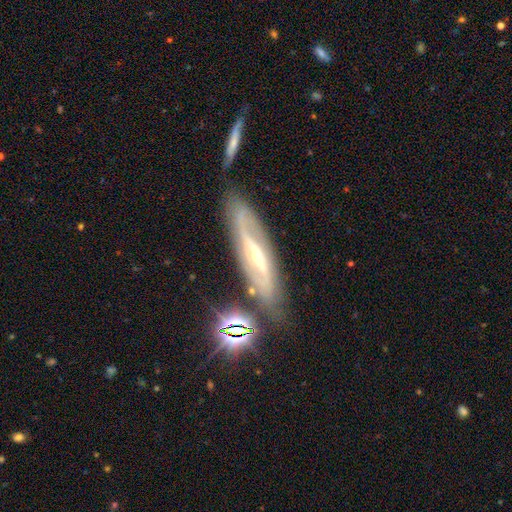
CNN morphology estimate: type=featured or disk (83%); edge-on=no (77%); bar=strong (40%); spiral arms=yes (92%); winding=medium (42%); arm count=2 (82%); bulge=small (62%); merging=none (78%).